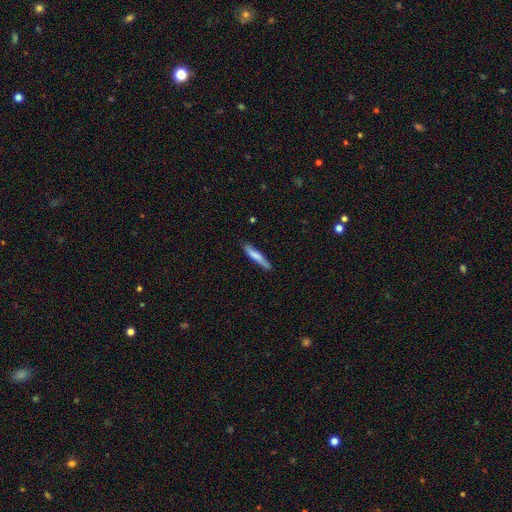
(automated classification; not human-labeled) Overall: smooth (73%). How rounded: cigar-shaped (93%). Merging: none (82%).